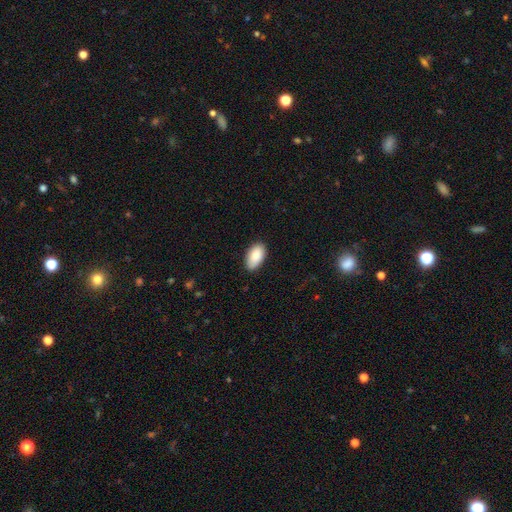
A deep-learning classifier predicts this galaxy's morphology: This appears to be a smooth galaxy with no disk features (89%) that is in between round and cigar-shaped (95%). Merging: none (83%).